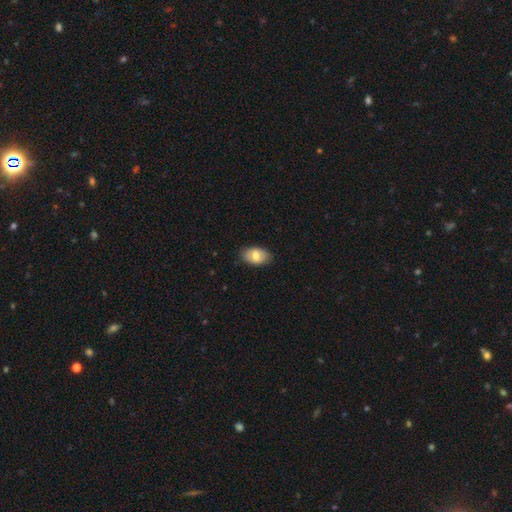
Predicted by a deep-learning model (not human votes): This is likely a smooth galaxy (67%). How rounded: clearly in between (90%). Merging: clearly none (84%).